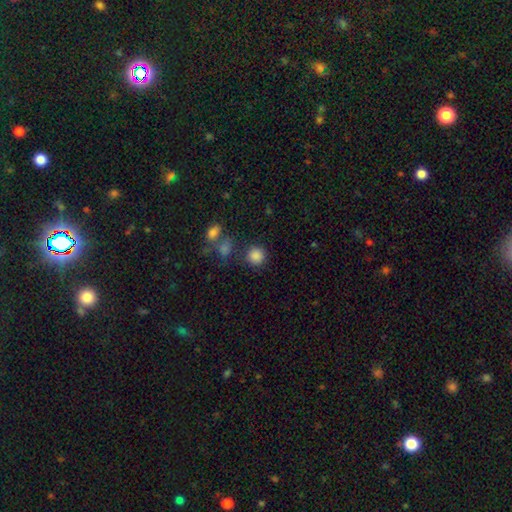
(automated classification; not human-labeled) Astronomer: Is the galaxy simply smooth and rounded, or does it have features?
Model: smooth — 85%.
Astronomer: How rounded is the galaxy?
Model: round — 91%.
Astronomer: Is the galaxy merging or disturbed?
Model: none — 79%.